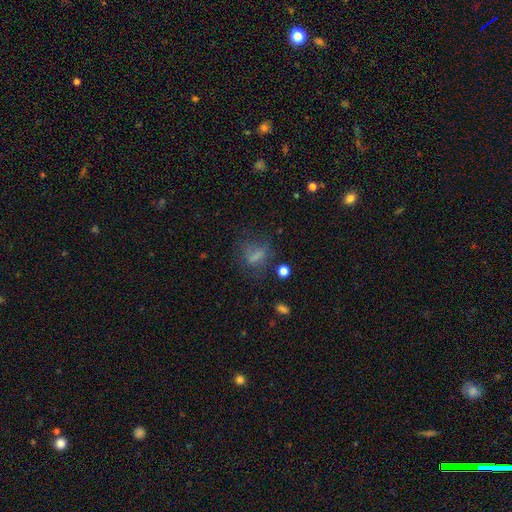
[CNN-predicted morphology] Smooth or featured? Predicted: smooth (p=0.63). How rounded? Predicted: in between (p=0.56). Merging? Predicted: none (p=0.53).